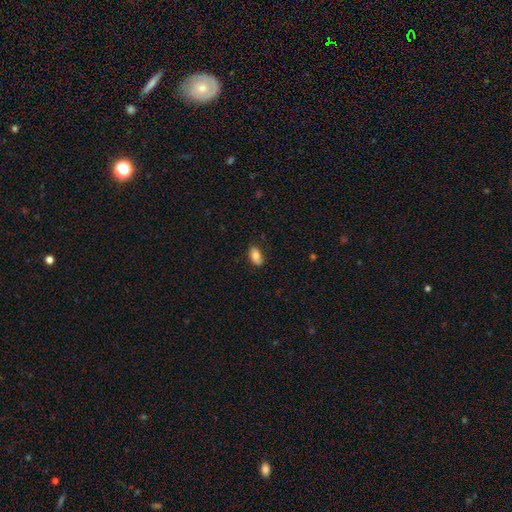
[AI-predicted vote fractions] Smooth or featured: smooth — 76% (featured or disk — 17%)
How rounded: in between — 91% (round — 5%)
Merging: none — 79% (minor disturbance — 17%)